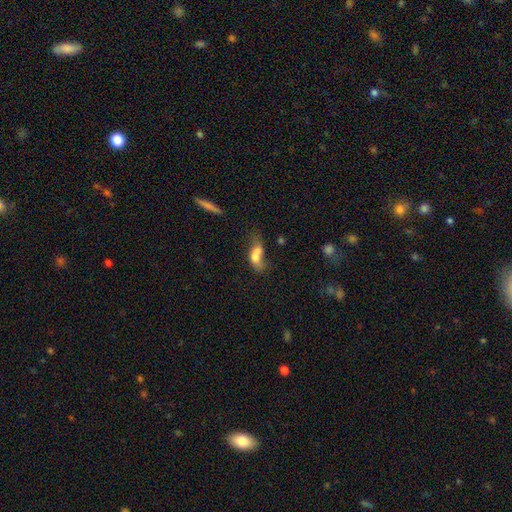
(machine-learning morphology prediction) Smooth or featured? Predicted: smooth (p=0.63). How rounded? Predicted: in between (p=0.69). Merging? Predicted: merger (p=0.57).